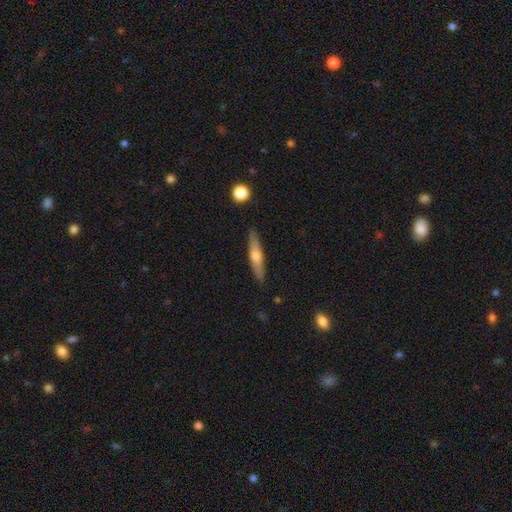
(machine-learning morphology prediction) smooth-or-featured: featured or disk: 51% | smooth: 42% | star or artifact: 7%
  disk-edge-on: yes: 93% | no: 7%
  merging: none: 89% | minor disturbance: 8% | major disturbance: 2% | merger: 1%